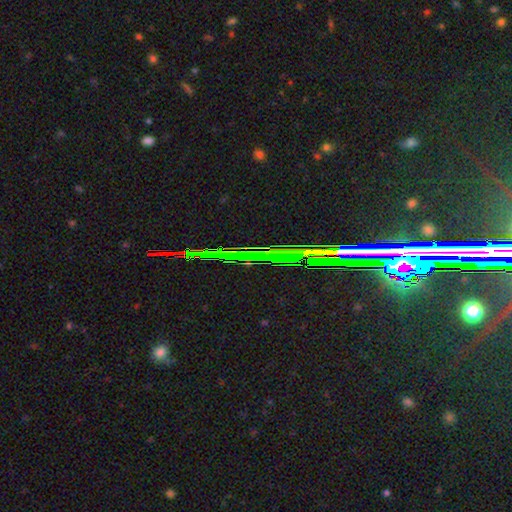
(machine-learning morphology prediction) Q: Smooth or featured?
A: star or artifact (81%); runner-up: featured or disk (11%)